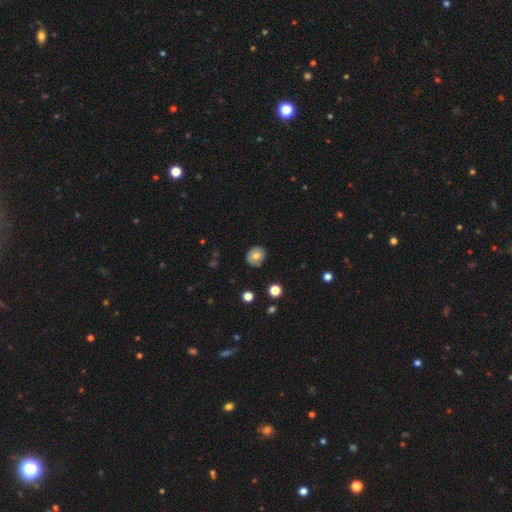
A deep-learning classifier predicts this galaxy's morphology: A smooth galaxy with no disk features (70%) that is round (72%).

Vote fractions:
- Smooth or featured? smooth: 70% / featured or disk: 21% / star or artifact: 9%
- How rounded? round: 72% / in between: 27% / cigar-shaped: 1%
- Merging? none: 79% / minor disturbance: 16% / major disturbance: 3% / merger: 1%